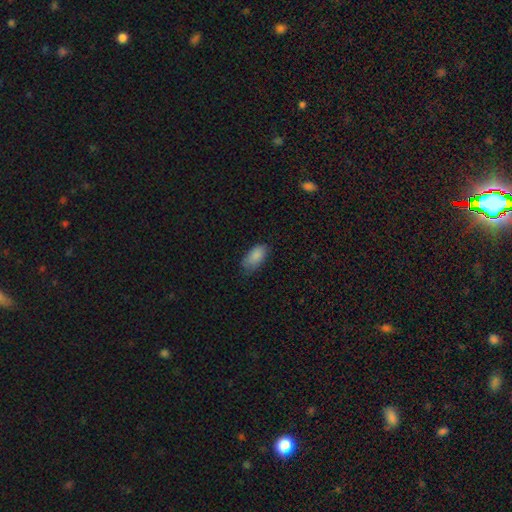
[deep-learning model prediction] A smooth galaxy with no disk features (87%) that is in between round and cigar-shaped (93%).

Vote fractions:
- Smooth or featured? smooth: 87% / star or artifact: 8% / featured or disk: 6%
- How rounded? in between: 93% / cigar-shaped: 4% / round: 3%
- Merging? none: 68% / minor disturbance: 25% / major disturbance: 5% / merger: 1%